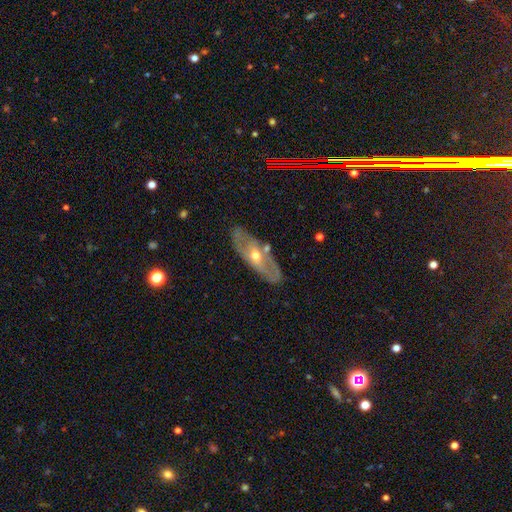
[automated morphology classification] This is likely a featured or disk galaxy (67%). It is likely not viewed edge-on (75%). Bar: likely no (66%). Spiral arm pattern: possibly no (58%). Central bulge: likely moderate (65%). Merging: likely none (77%).